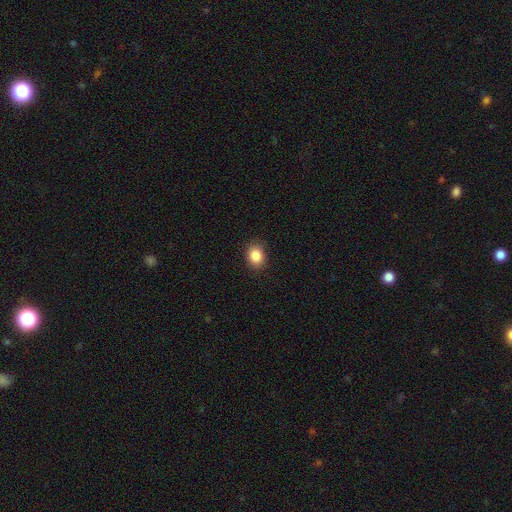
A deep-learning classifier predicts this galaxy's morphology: This appears to be a smooth galaxy with no disk features (86%) that is round (51%). Merging: none (88%).